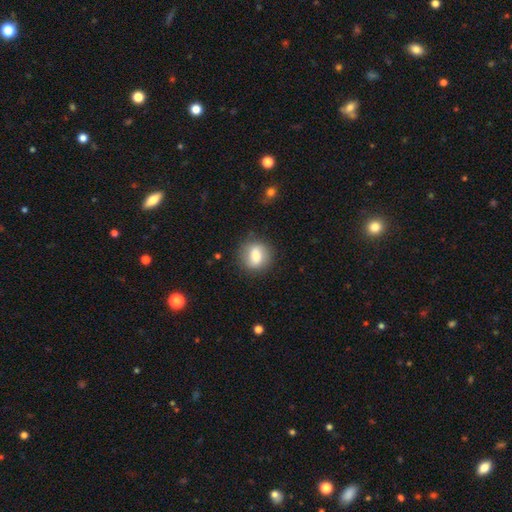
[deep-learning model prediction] The model was most divided on "smooth or featured": smooth: 69%, featured or disk: 22%, star or artifact: 8%. More confident: merging — none (85%); how rounded — round (85%).